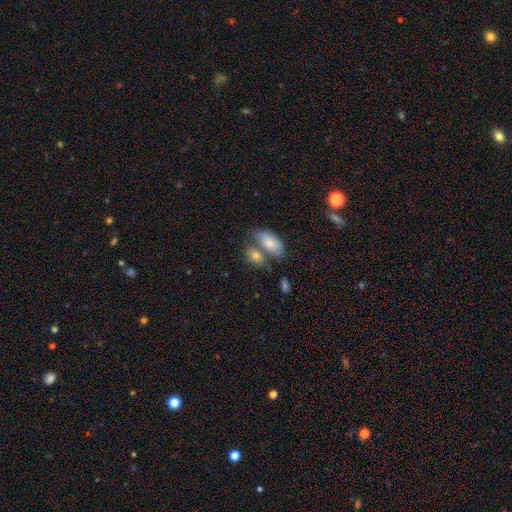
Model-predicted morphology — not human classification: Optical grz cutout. It shows a smooth galaxy with no disk features (78%) that is in between round and cigar-shaped (86%). Merging: merger (46%).